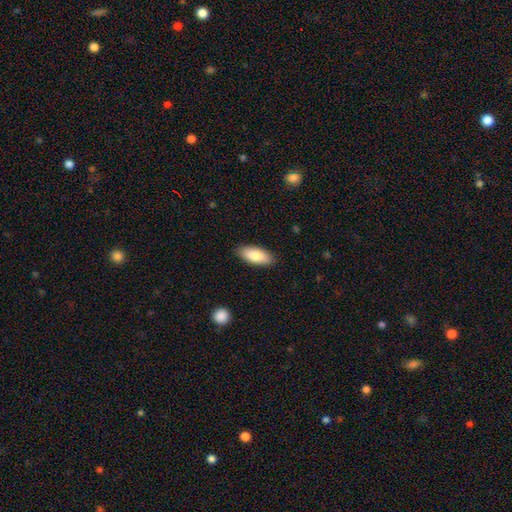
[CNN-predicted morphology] Smooth or featured? Predicted: smooth (p=0.82). How rounded? Predicted: in between (p=0.84). Merging? Predicted: none (p=0.88).